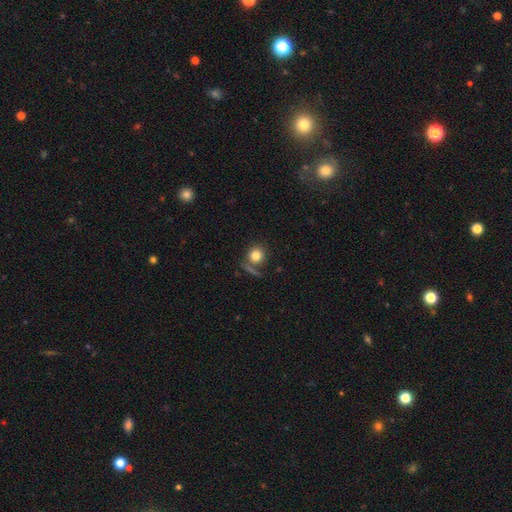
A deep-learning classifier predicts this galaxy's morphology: smooth 80%, star or artifact 11%, featured or disk 9%. Down the decision tree: how rounded — round (88%); merging — none (68%).